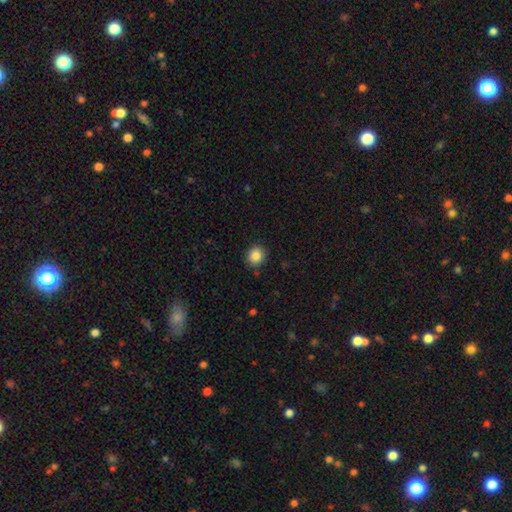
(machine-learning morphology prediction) Smooth or featured: smooth — 87% (star or artifact — 9%)
How rounded: round — 78% (in between — 21%)
Merging: none — 87% (minor disturbance — 9%)